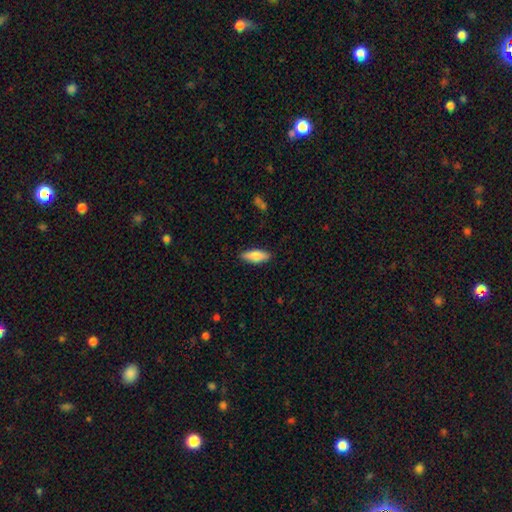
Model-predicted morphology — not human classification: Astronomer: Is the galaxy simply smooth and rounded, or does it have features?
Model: smooth — 83%.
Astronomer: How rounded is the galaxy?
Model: in between — 64%.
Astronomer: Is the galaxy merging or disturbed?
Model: none — 88%.